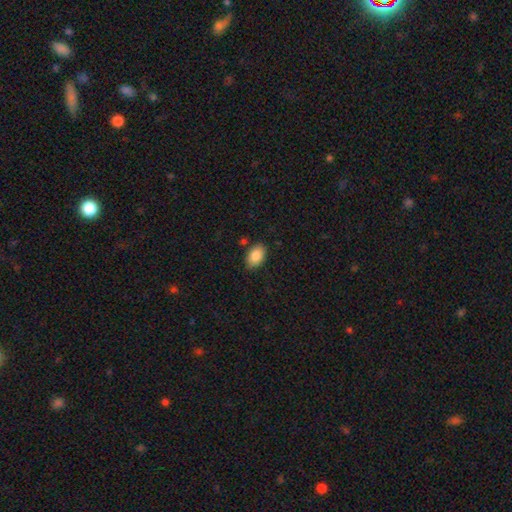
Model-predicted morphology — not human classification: smooth 88%, star or artifact 7%, featured or disk 5%. Down the decision tree: how rounded — in between (91%); merging — none (85%).